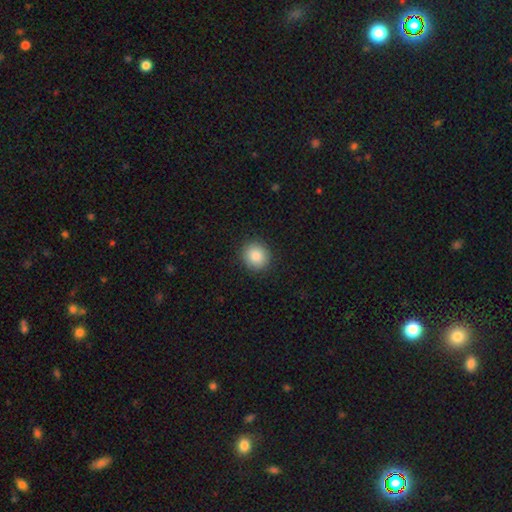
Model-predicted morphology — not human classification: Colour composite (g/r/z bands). It shows a smooth galaxy with no disk features (87%) that is round (86%). Merging: none (90%).